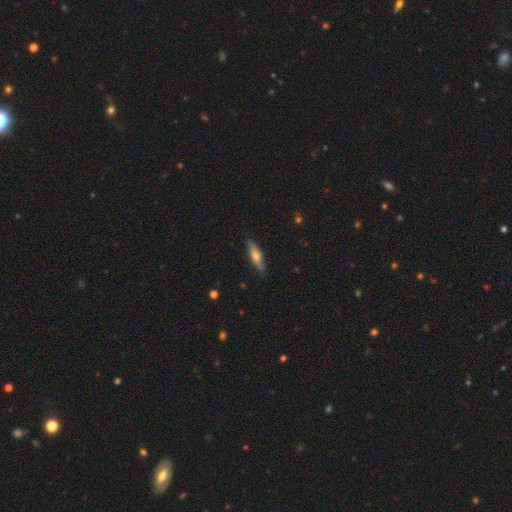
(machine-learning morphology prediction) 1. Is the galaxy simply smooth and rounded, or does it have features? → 57% smooth, 37% featured or disk, 6% star or artifact.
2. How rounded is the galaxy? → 66% cigar-shaped, 32% in between, 2% round.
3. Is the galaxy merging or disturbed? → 83% none, 14% minor disturbance, 2% major disturbance, 1% merger.